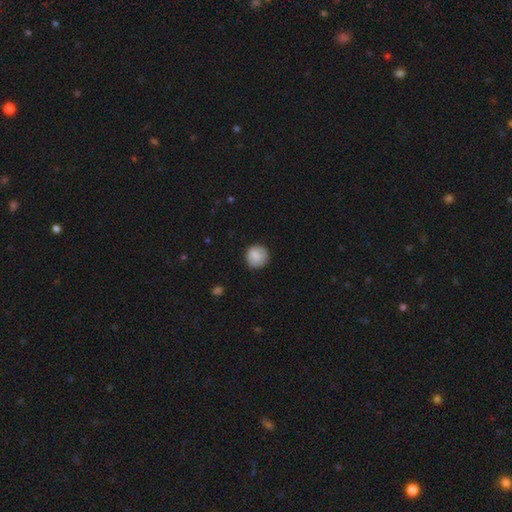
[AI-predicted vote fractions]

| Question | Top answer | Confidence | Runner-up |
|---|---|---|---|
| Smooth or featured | smooth | 87% | star or artifact (7%) |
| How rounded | round | 92% | in between (7%) |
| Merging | none | 85% | minor disturbance (12%) |